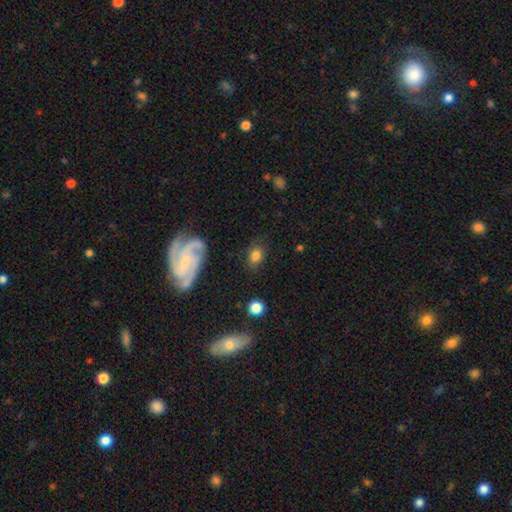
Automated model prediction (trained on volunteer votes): Q: Smooth or featured?
A: smooth (77%); runner-up: featured or disk (13%)
Q: How rounded?
A: in between (67%); runner-up: round (31%)
Q: Merging?
A: none (80%); runner-up: minor disturbance (13%)